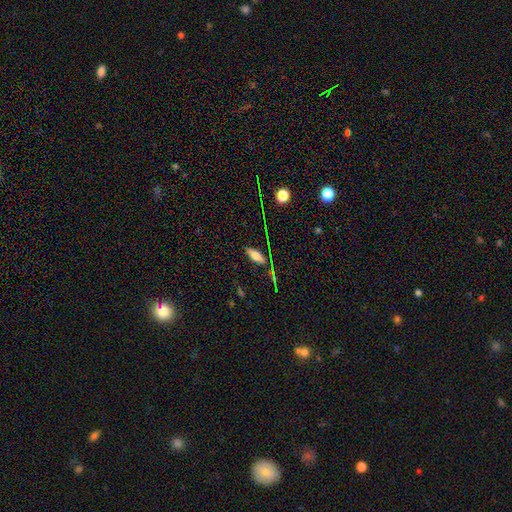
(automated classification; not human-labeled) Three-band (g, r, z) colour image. It shows a smooth galaxy with no disk features (61%) that is in between round and cigar-shaped (74%). Merging: none (77%).